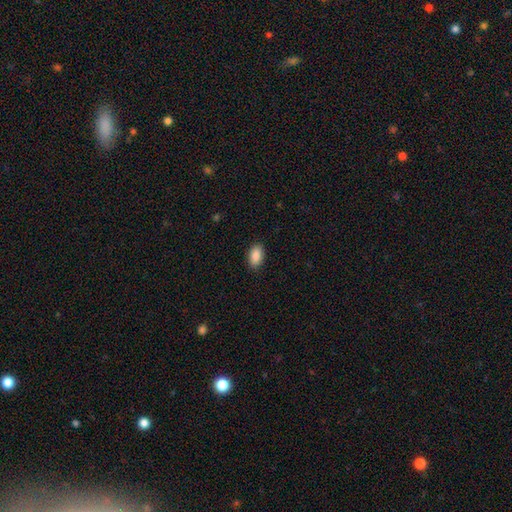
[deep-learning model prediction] This appears to be a smooth galaxy with no disk features (90%) that is in between round and cigar-shaped (94%). Merging: none (89%).